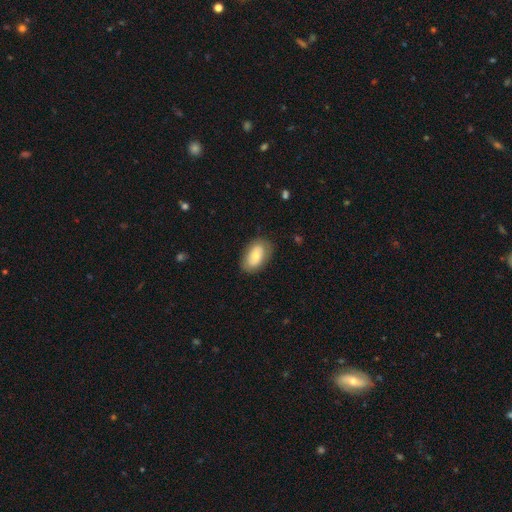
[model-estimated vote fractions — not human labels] This is likely a smooth galaxy (70%). How rounded: clearly in between (92%). Merging: likely none (79%).